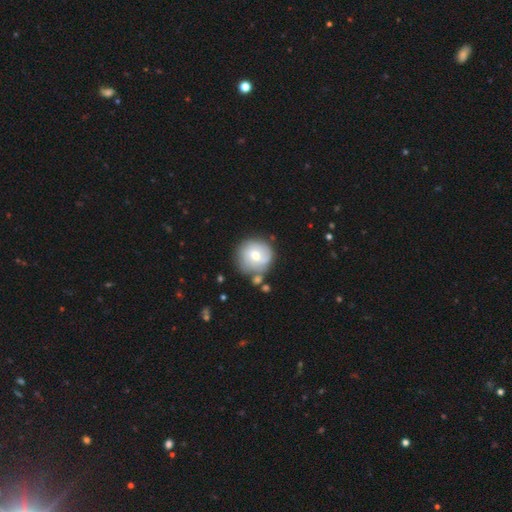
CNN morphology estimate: Smooth or featured? Predicted: featured or disk (p=0.47). Merging? Predicted: none (p=0.69).